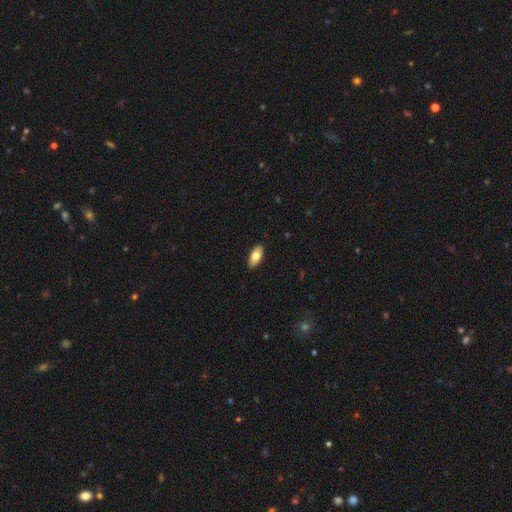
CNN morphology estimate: Smooth or featured? smooth (74%)
How rounded? in between (89%)
Merging? none (90%)